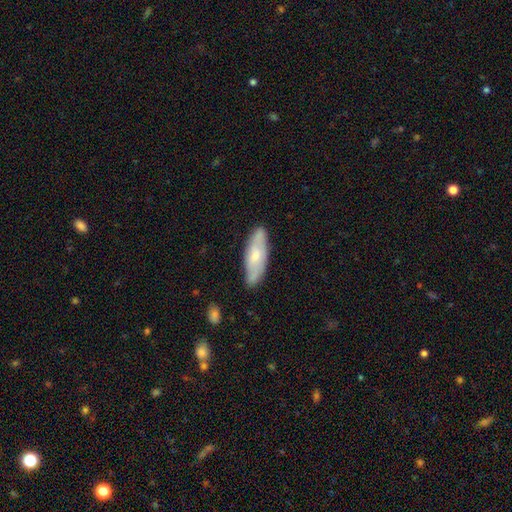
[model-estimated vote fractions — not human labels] This appears to be a smooth galaxy with no disk features (54%) that is in between round and cigar-shaped (57%). Merging: none (80%).